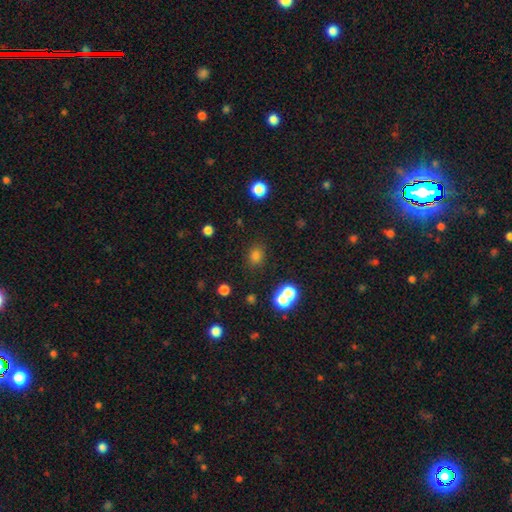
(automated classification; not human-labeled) This appears to be a smooth galaxy with no disk features (76%) that is round (69%). Merging: none (82%).